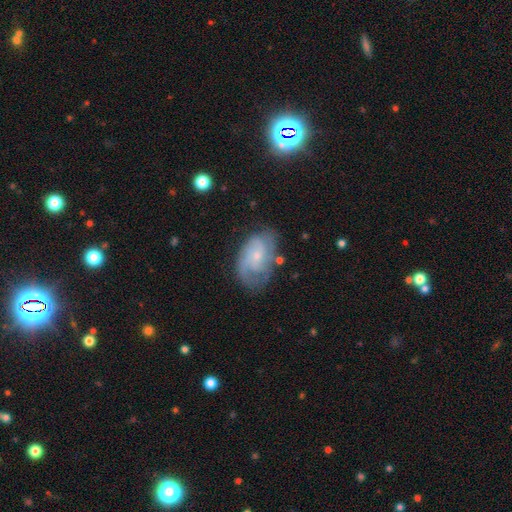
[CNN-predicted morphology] Overall: featured or disk (69%). Edge-on disk: no (96%). Bar: no (67%; weak 29%). Spiral arms: yes (87%). Spiral arm count: 2 (39%; can't tell 34%). Spiral winding: medium (42%; tight 38%). Bulge size: small (76%). Merging: none (58%; minor disturbance 26%).